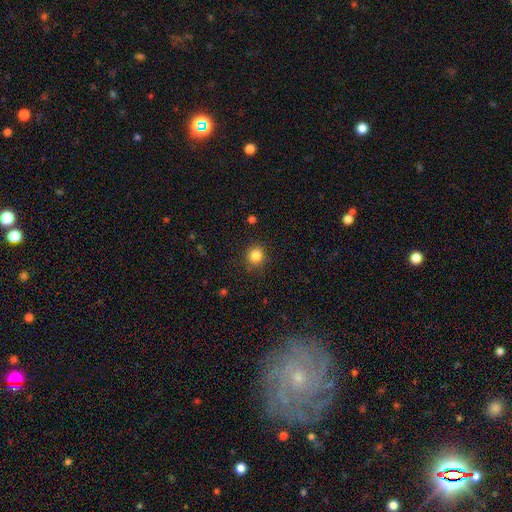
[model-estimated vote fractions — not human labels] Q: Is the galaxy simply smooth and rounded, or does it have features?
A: smooth — 84%.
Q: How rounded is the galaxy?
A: round — 89%.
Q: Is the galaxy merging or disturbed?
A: none — 88%.